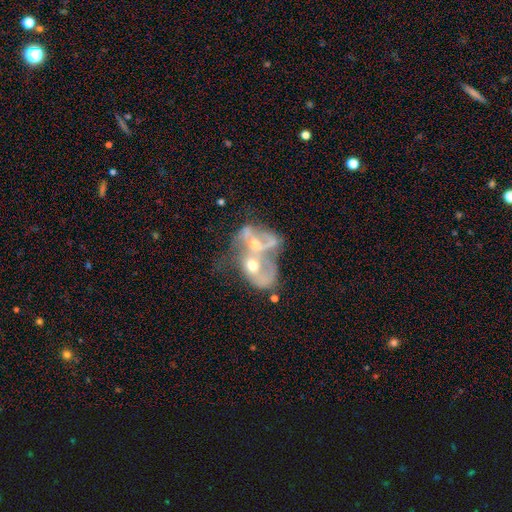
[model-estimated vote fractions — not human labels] A featured or disk galaxy (68%) with no bar (79%), no spiral arms (62%) and a moderate central bulge (62%).

Vote fractions:
- Smooth or featured? featured or disk: 68% / smooth: 21% / star or artifact: 11%
- Edge-on disk? no: 97% / yes: 3%
- Bar? no: 79% / weak: 16% / strong: 5%
- Spiral arms? no: 62% / yes: 38%
- Bulge size? moderate: 62% / small: 21% / none: 8% / large: 7% / dominant: 2%
- Merging? merger: 78% / major disturbance: 10% / none: 7% / minor disturbance: 4%